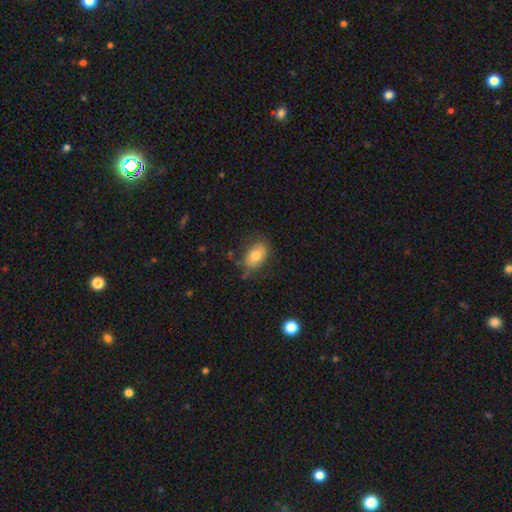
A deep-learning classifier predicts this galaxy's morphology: A smooth galaxy with no disk features (73%) that is in between round and cigar-shaped (88%). Merging: none (68%).